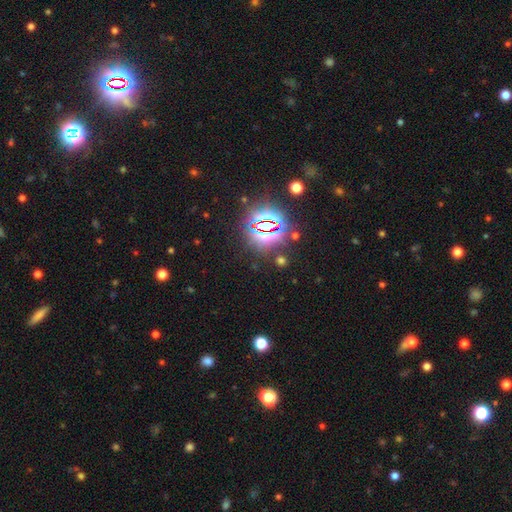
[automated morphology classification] This appears to be a star or artifact, not a galaxy (81%).